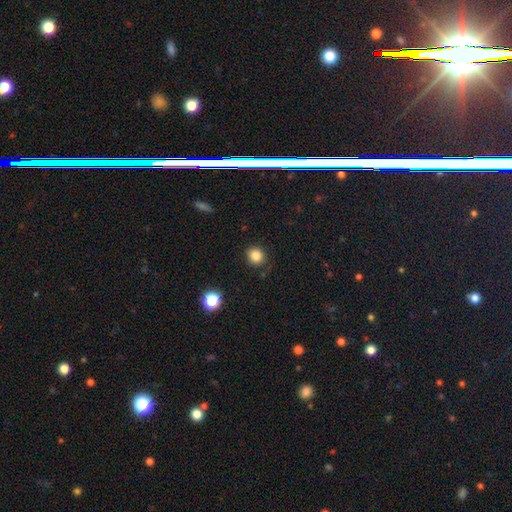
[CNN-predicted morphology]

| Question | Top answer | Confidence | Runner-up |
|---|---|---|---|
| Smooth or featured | smooth | 84% | star or artifact (12%) |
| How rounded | round | 84% | in between (15%) |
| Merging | none | 83% | minor disturbance (12%) |